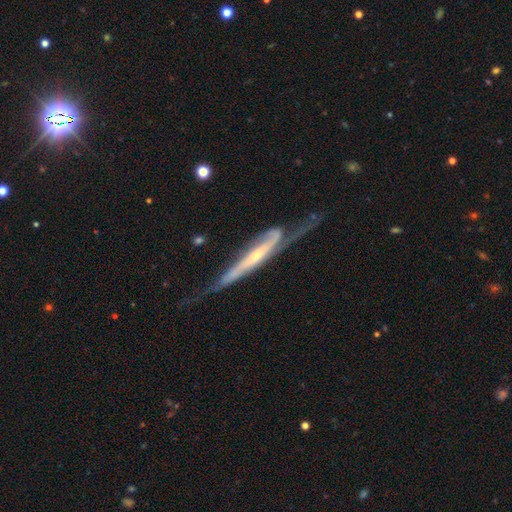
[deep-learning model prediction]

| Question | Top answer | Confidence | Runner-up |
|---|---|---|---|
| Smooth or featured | featured or disk | 85% | smooth (10%) |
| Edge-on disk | yes | 54% | no (46%) |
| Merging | none | 50% | minor disturbance (25%) |